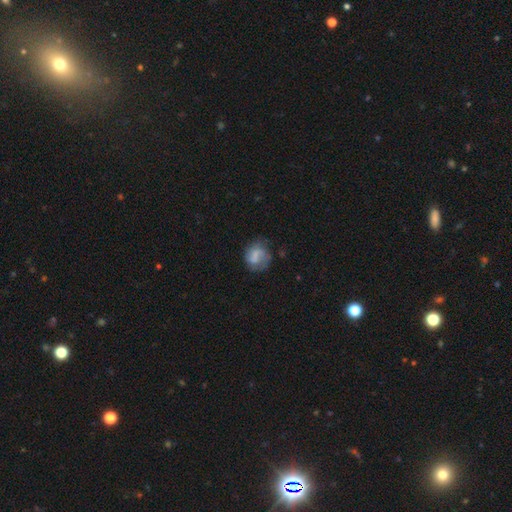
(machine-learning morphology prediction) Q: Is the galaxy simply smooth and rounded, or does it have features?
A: smooth — 56%.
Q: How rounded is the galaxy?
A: round — 67%.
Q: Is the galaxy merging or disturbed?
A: none — 51%.